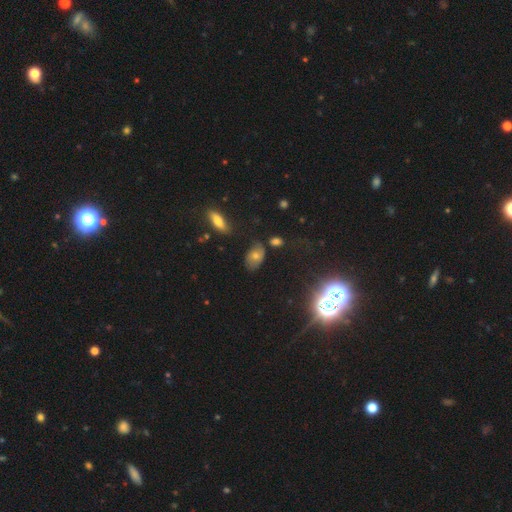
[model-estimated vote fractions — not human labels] Overall: smooth (52%; star or artifact 25%). How rounded: in between (85%). Merging: none (63%; minor disturbance 24%).